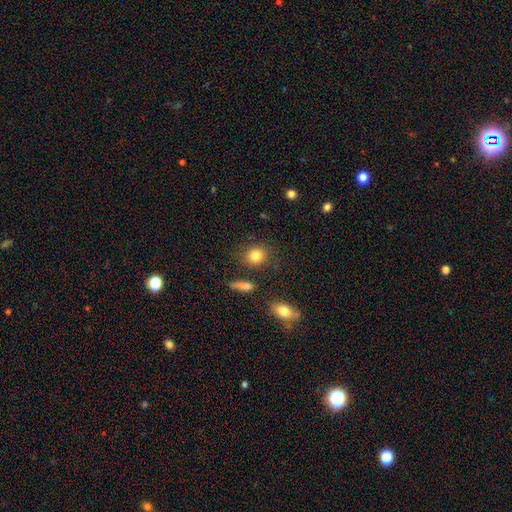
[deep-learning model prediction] Smooth or featured?
  - smooth: 82% *
  - star or artifact: 10%
  - featured or disk: 8%
How rounded?
  - round: 71% *
  - in between: 27%
  - cigar-shaped: 2%
Merging?
  - none: 82% *
  - minor disturbance: 10%
  - merger: 4%
  - major disturbance: 3%